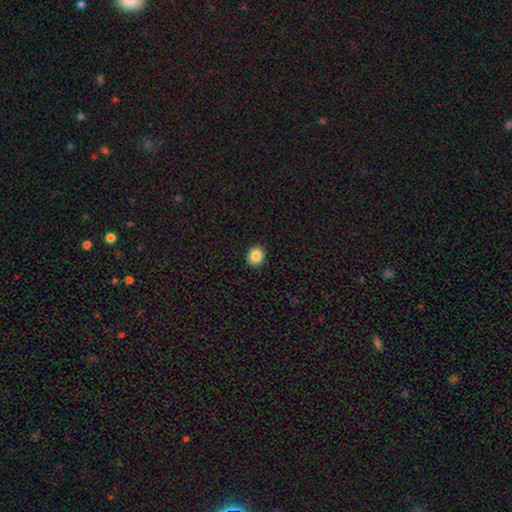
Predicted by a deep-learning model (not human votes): smooth-or-featured: smooth: 87% | star or artifact: 9% | featured or disk: 4%
  how-rounded: round: 57% | in between: 42% | cigar-shaped: 1%
  merging: none: 91% | minor disturbance: 6% | major disturbance: 2% | merger: 1%